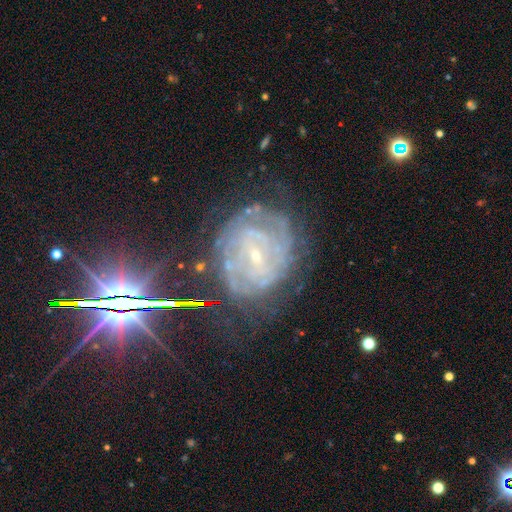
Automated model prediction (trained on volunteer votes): Smooth or featured?
  - featured or disk: 81% *
  - star or artifact: 11%
  - smooth: 8%
Edge-on disk?
  - no: 96% *
  - yes: 4%
Bar?
  - weak: 45% *
  - no: 30%
  - strong: 24%
Spiral arms?
  - yes: 91% *
  - no: 9%
Spiral winding?
  - tight: 71% *
  - medium: 24%
  - loose: 6%
Spiral arm count?
  - can't tell: 45% *
  - 2: 21%
  - 3: 12%
  - 4: 11%
  - more than 4: 7%
  - 1: 5%
Bulge size?
  - small: 82% *
  - moderate: 14%
  - none: 2%
  - large: 1%
  - dominant: 1%
Merging?
  - none: 67% *
  - minor disturbance: 20%
  - major disturbance: 11%
  - merger: 2%